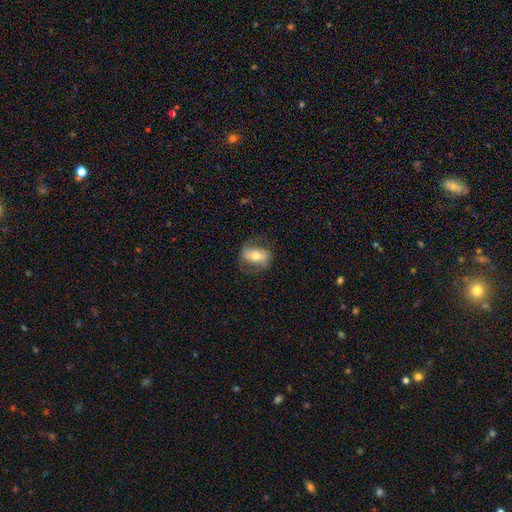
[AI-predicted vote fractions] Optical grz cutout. It shows a featured or disk galaxy (54%). Merging: none (72%).